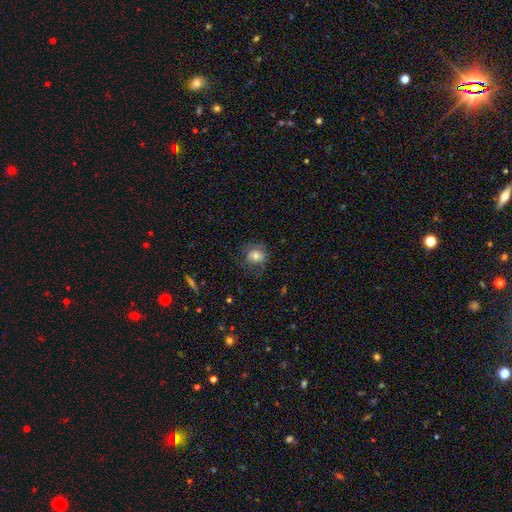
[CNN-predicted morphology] smooth_or_featured: smooth (p=0.66) [alt: featured or disk p=0.25]
how_rounded: round (p=0.71) [alt: in between p=0.28]
merging: none (p=0.60) [alt: minor disturbance p=0.22]